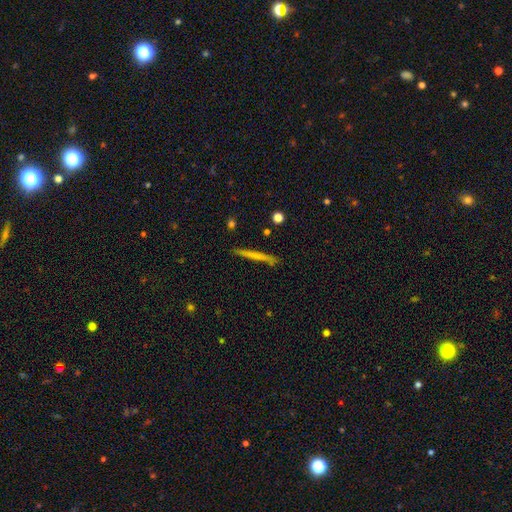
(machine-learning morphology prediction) smooth 60%, featured or disk 34%, star or artifact 6%. Down the decision tree: how rounded — cigar-shaped (96%); merging — none (88%).